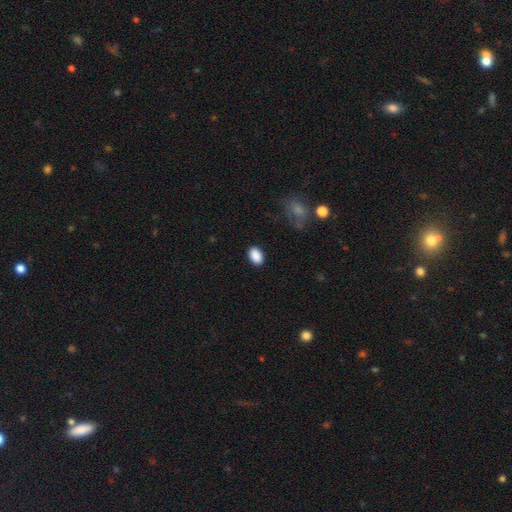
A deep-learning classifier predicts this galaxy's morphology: smooth 90%, star or artifact 7%, featured or disk 3%. Down the decision tree: how rounded — in between (87%); merging — none (87%).